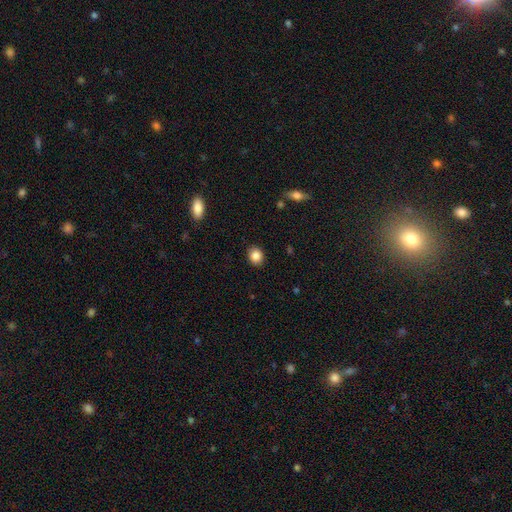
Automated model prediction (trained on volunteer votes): A smooth galaxy with no disk features (86%) that is round (71%).

Vote fractions:
- Smooth or featured? smooth: 86% / star or artifact: 9% / featured or disk: 4%
- How rounded? round: 71% / in between: 28% / cigar-shaped: 1%
- Merging? none: 89% / minor disturbance: 8% / major disturbance: 2% / merger: 1%